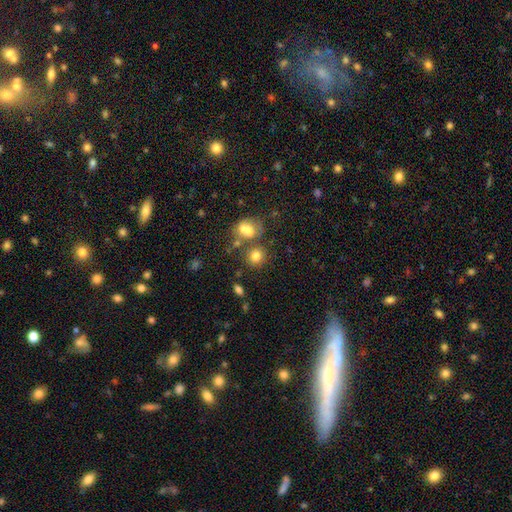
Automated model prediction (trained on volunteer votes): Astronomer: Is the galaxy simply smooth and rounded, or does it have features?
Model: smooth — 78%.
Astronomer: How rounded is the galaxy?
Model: round — 78%.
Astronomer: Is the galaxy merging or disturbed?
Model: none — 62%.